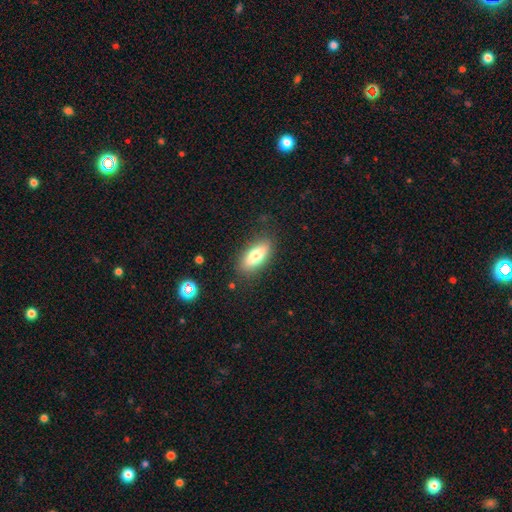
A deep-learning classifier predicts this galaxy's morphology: Smooth or featured? Predicted: smooth (p=0.74). How rounded? Predicted: in between (p=0.76). Merging? Predicted: none (p=0.83).